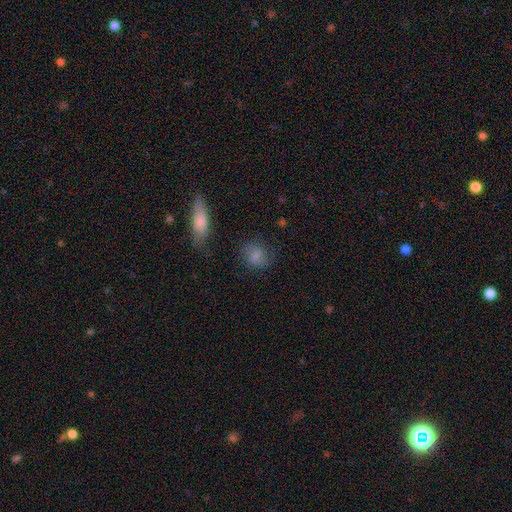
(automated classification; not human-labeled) Q: Smooth or featured?
A: smooth (71%); runner-up: featured or disk (18%)
Q: How rounded?
A: round (60%); runner-up: in between (38%)
Q: Merging?
A: none (69%); runner-up: minor disturbance (20%)